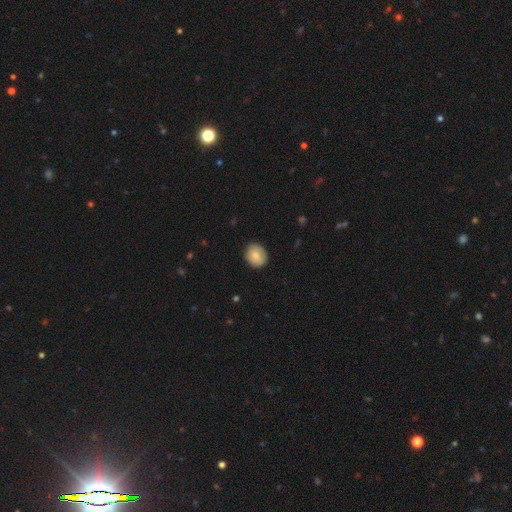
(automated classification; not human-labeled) A smooth galaxy with no disk features (84%) that is round (68%).

Vote fractions:
- Smooth or featured? smooth: 84% / featured or disk: 9% / star or artifact: 7%
- How rounded? round: 68% / in between: 31% / cigar-shaped: 1%
- Merging? none: 86% / minor disturbance: 11% / major disturbance: 2% / merger: 1%